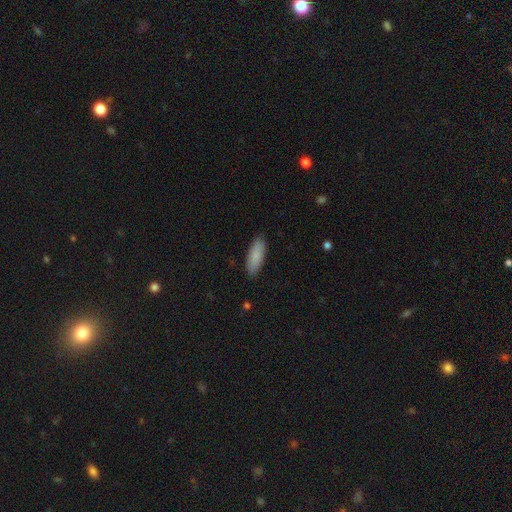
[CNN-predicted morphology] smooth-or-featured: smooth: 87% | featured or disk: 7% | star or artifact: 5%
  how-rounded: in between: 68% | cigar-shaped: 31% | round: 2%
  merging: none: 88% | minor disturbance: 10% | major disturbance: 2% | merger: 1%